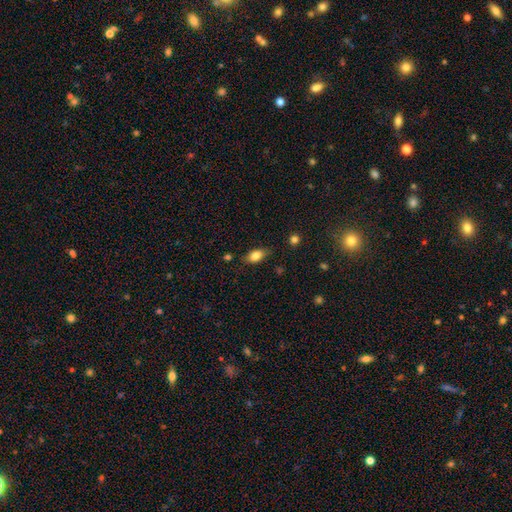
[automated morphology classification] This appears to be a smooth galaxy with no disk features (82%) that is in between round and cigar-shaped (86%). Merging: none (76%).